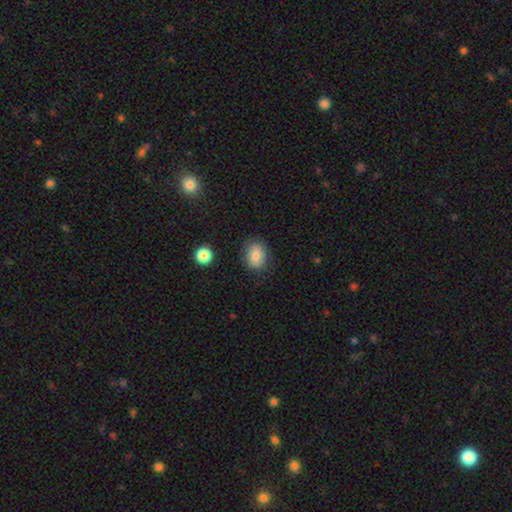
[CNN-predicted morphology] Smooth or featured? smooth (78%)
How rounded? in between (58%)
Merging? none (80%)